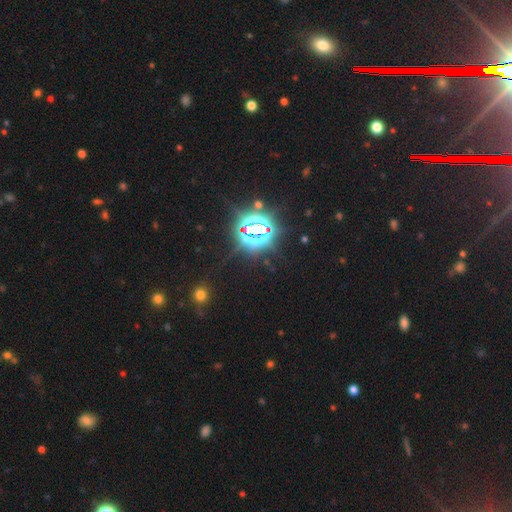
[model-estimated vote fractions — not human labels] Q: Smooth or featured?
A: star or artifact (84%); runner-up: smooth (9%)